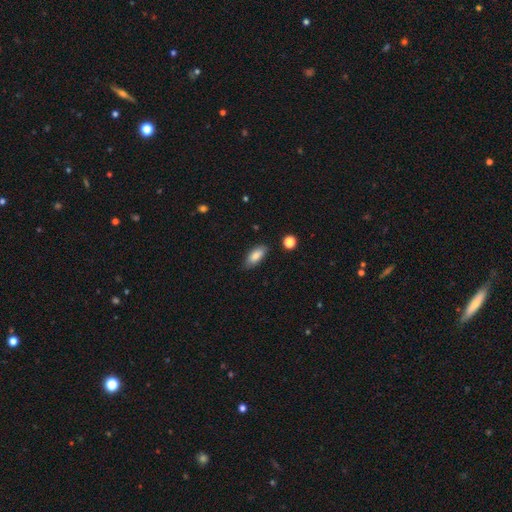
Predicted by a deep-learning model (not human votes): Morphology: type=smooth (84%); roundness=in between (84%); merging=none (83%).